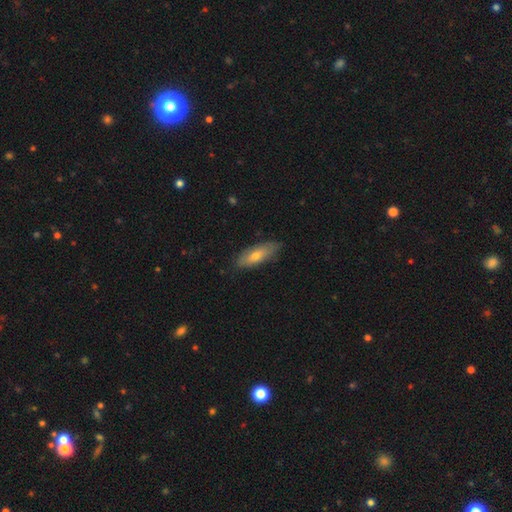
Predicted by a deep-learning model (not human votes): Smooth or featured?
  - smooth: 64% *
  - featured or disk: 29%
  - star or artifact: 6%
How rounded?
  - in between: 55% *
  - cigar-shaped: 43%
  - round: 2%
Merging?
  - none: 82% *
  - minor disturbance: 15%
  - major disturbance: 2%
  - merger: 1%